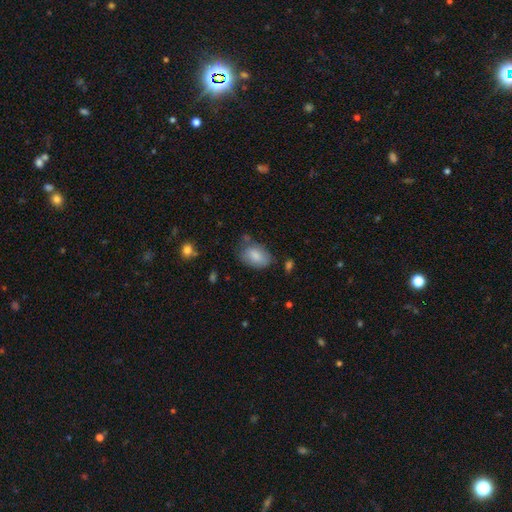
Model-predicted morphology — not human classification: Smooth or featured? smooth (82%)
How rounded? in between (87%)
Merging? none (62%)